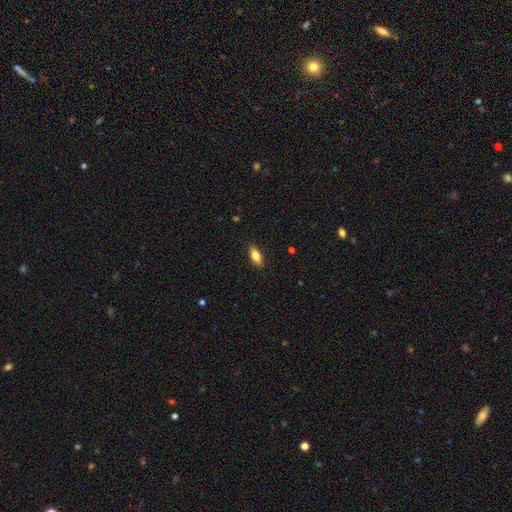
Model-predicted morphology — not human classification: Smooth or featured: smooth — 71% (featured or disk — 22%)
How rounded: in between — 72% (cigar-shaped — 25%)
Merging: none — 88% (minor disturbance — 9%)